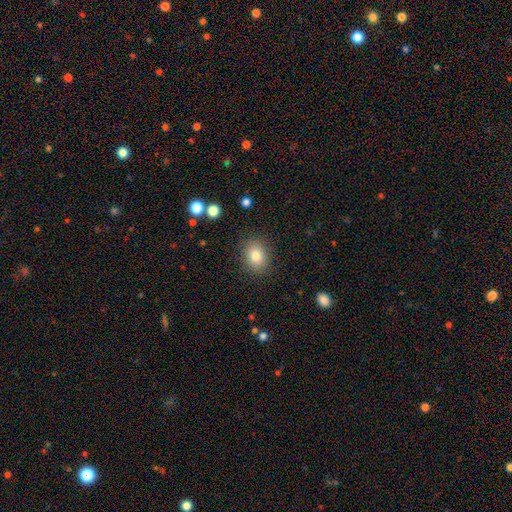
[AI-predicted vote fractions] This is clearly a smooth galaxy (82%). How rounded: possibly in between (50%). Merging: clearly none (87%).